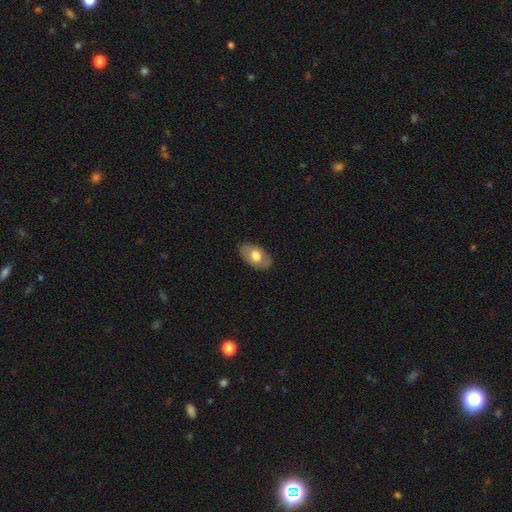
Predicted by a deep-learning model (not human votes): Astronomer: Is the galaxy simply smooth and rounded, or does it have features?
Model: smooth — 64%.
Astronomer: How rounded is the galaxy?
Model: in between — 90%.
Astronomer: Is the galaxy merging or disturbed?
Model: none — 83%.